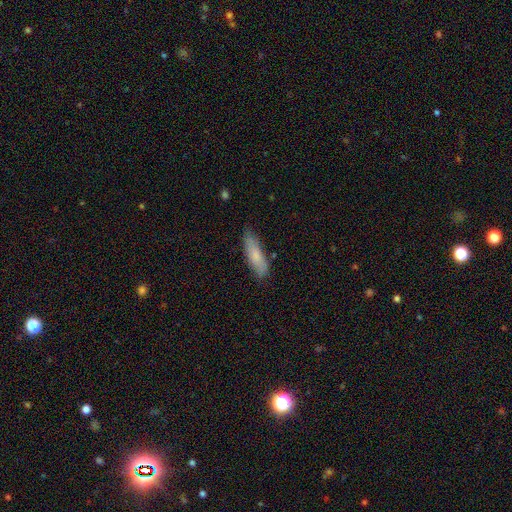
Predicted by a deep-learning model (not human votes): Smooth or featured: smooth — 75% (featured or disk — 20%)
How rounded: cigar-shaped — 51% (in between — 47%)
Merging: none — 77% (minor disturbance — 19%)